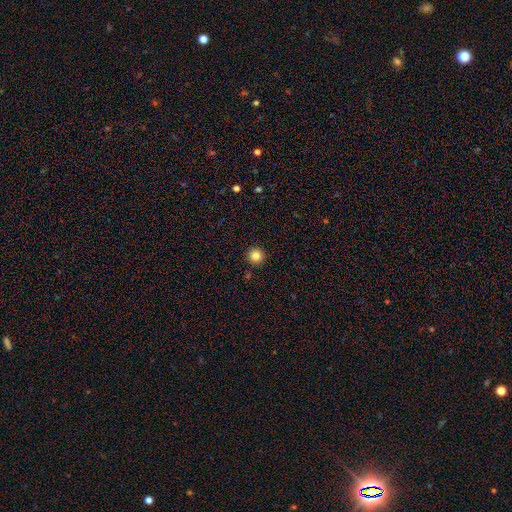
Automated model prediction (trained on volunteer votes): smooth-or-featured: smooth: 85% | star or artifact: 11% | featured or disk: 4%
  how-rounded: round: 96% | in between: 3% | cigar-shaped: 1%
  merging: none: 92% | minor disturbance: 5% | merger: 2% | major disturbance: 2%